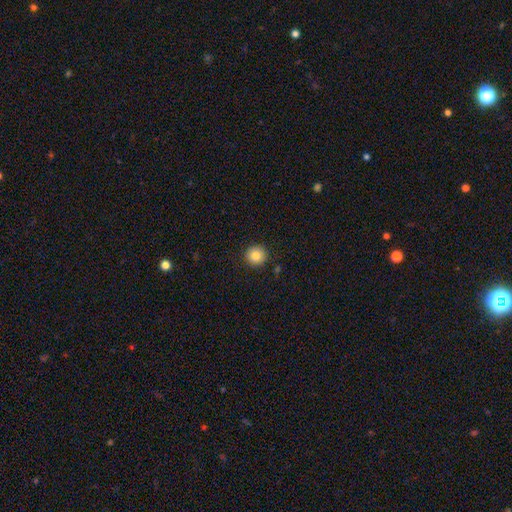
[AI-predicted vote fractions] This appears to be a smooth galaxy with no disk features (84%) that is round (93%). Merging: none (90%).